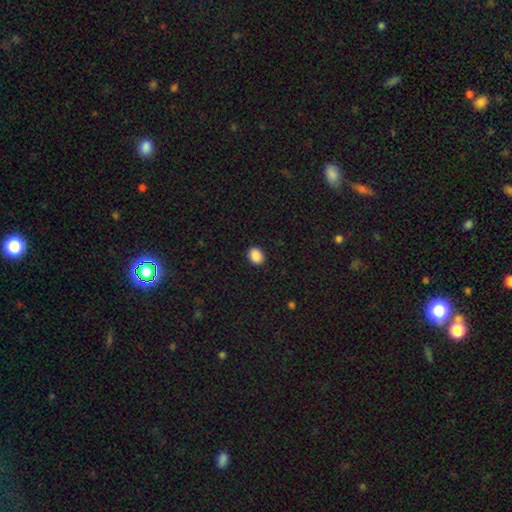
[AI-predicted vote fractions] Q: Smooth or featured?
A: smooth (90%); runner-up: star or artifact (8%)
Q: How rounded?
A: in between (61%); runner-up: round (38%)
Q: Merging?
A: none (90%); runner-up: minor disturbance (7%)